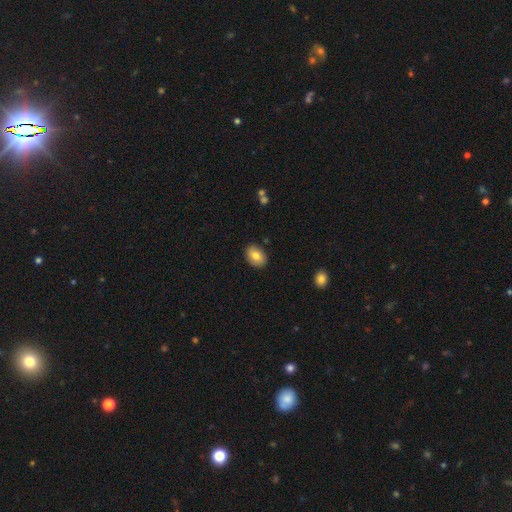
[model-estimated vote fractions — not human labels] Smooth or featured? smooth (79%)
How rounded? in between (76%)
Merging? none (87%)